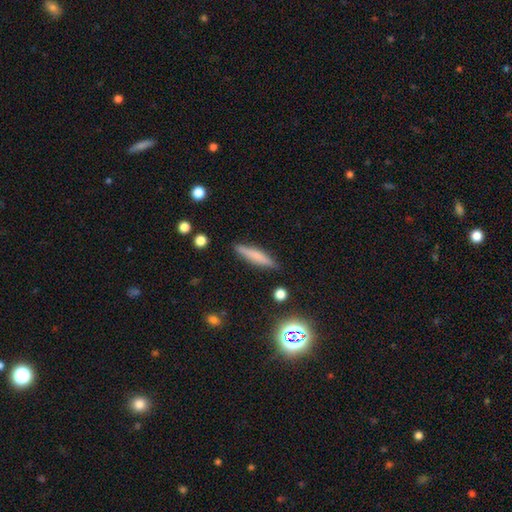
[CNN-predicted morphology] Smooth or featured: smooth — 65% (featured or disk — 25%)
How rounded: cigar-shaped — 85% (in between — 13%)
Merging: none — 86% (minor disturbance — 10%)